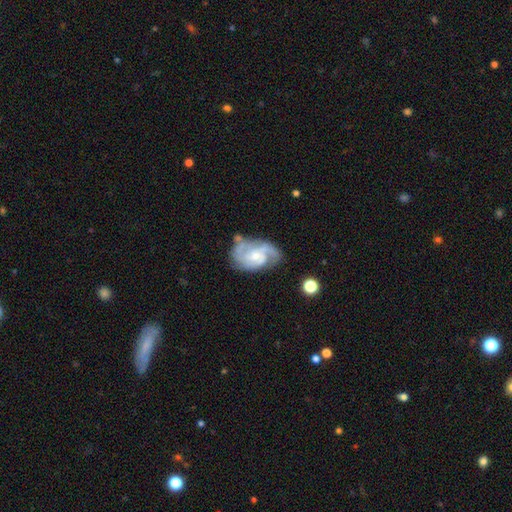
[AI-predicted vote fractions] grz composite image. It shows a featured or disk galaxy (84%) with no bar (60%), 2 (40%) medium (47%) spiral arms (94%) and a small central bulge (56%). Merging: none (54%).